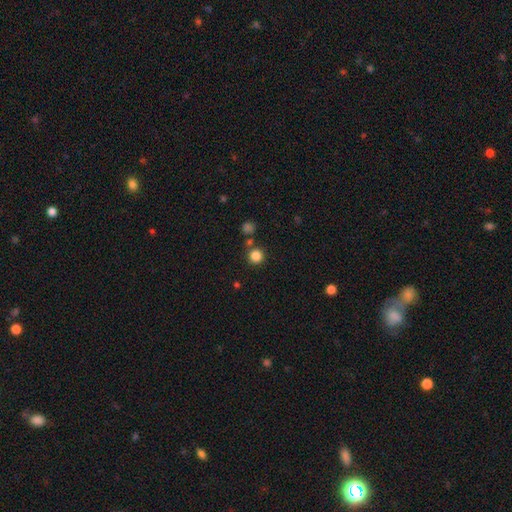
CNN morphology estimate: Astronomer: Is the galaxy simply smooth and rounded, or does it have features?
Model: smooth — 84%.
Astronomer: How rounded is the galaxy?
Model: round — 95%.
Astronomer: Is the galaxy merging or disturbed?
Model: none — 82%.